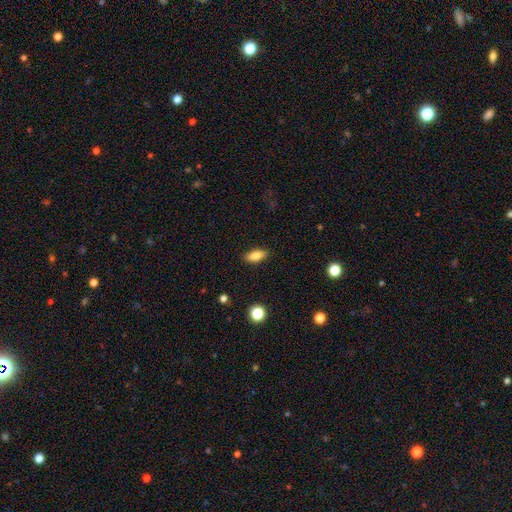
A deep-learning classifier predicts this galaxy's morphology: Smooth or featured: smooth — 81% (featured or disk — 11%)
How rounded: in between — 82% (cigar-shaped — 15%)
Merging: none — 89% (minor disturbance — 8%)